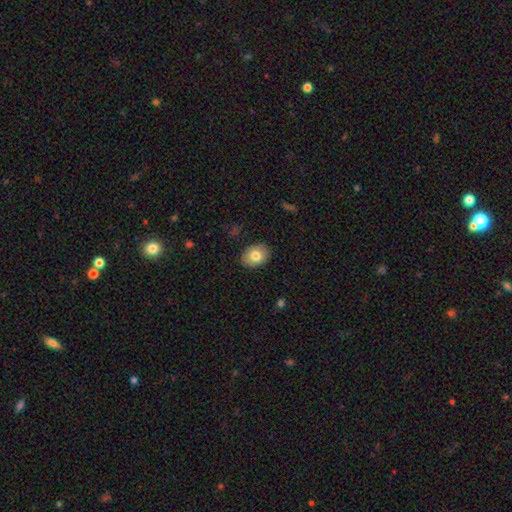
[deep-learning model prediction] smooth-or-featured: smooth: 79% | featured or disk: 13% | star or artifact: 7%
  how-rounded: in between: 71% | round: 28% | cigar-shaped: 1%
  merging: none: 88% | minor disturbance: 9% | major disturbance: 2% | merger: 1%